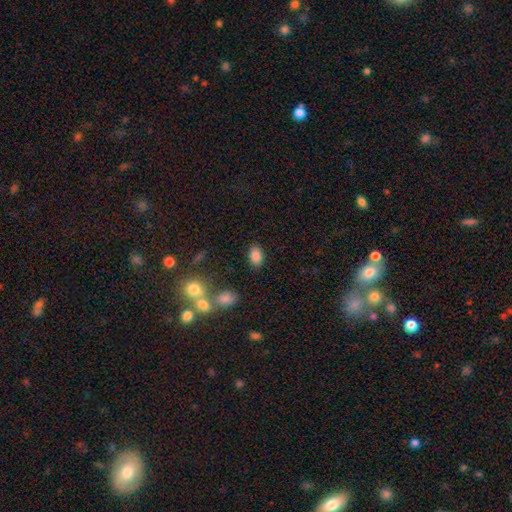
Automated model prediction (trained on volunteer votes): Smooth or featured? smooth (83%)
How rounded? in between (88%)
Merging? none (83%)